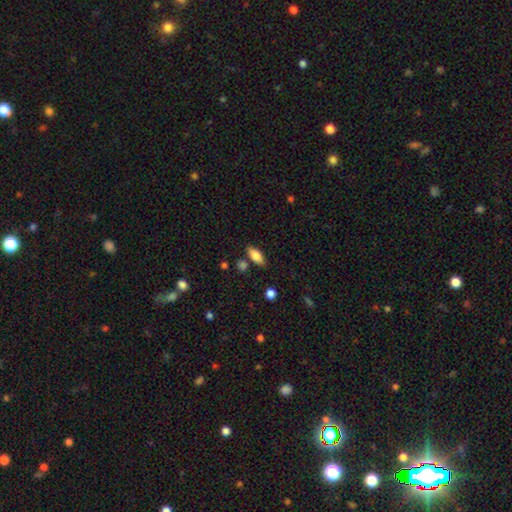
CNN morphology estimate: This is clearly a smooth galaxy (81%). How rounded: clearly in between (85%). Merging: likely none (79%).